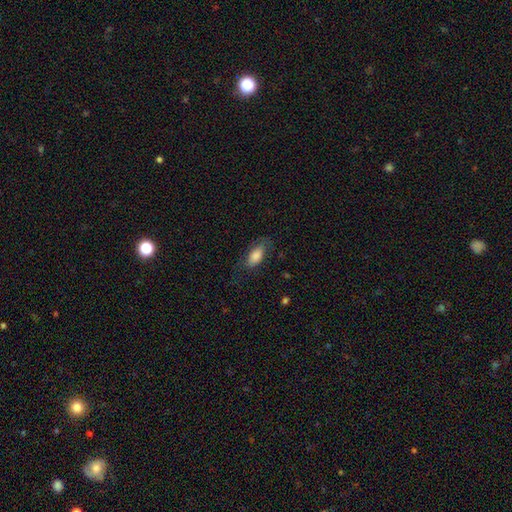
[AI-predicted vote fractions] smooth_or_featured: smooth (p=0.80) [alt: featured or disk p=0.14]
how_rounded: in between (p=0.88) [alt: cigar-shaped p=0.09]
merging: none (p=0.66) [alt: minor disturbance p=0.22]